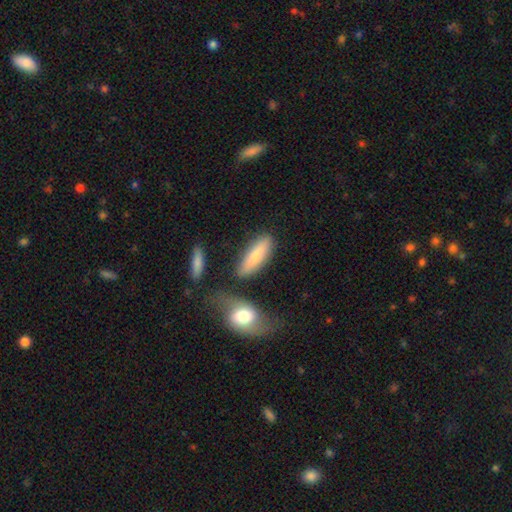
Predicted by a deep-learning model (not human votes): Morphology: type=smooth (75%); roundness=in between (49%); merging=none (73%).